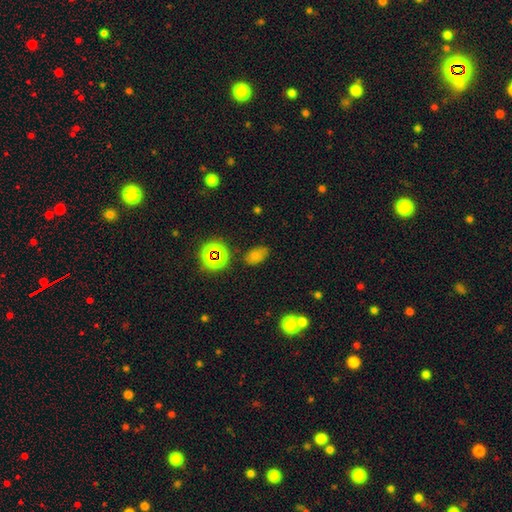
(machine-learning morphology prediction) smooth_or_featured: smooth (p=0.70) [alt: star or artifact p=0.23]
how_rounded: in between (p=0.89) [alt: round p=0.09]
merging: none (p=0.77) [alt: minor disturbance p=0.15]